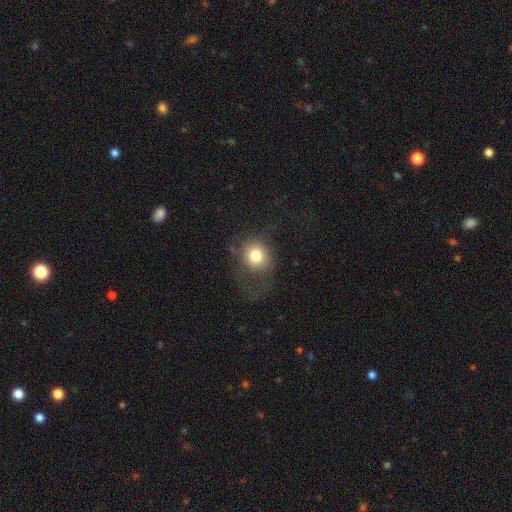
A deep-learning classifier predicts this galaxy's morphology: This appears to be a smooth galaxy with no disk features (76%) that is round (78%). Merging: none (49%).